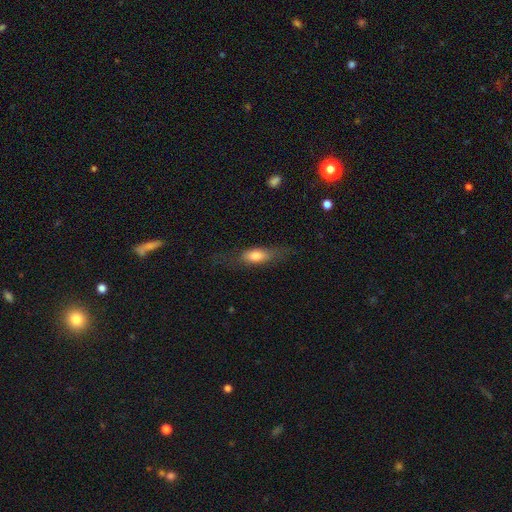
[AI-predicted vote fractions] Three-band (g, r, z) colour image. It shows a smooth galaxy with no disk features (67%) that is in between round and cigar-shaped (59%). Merging: none (63%).